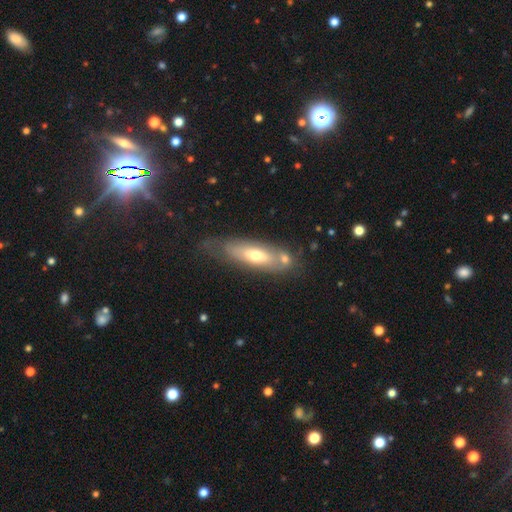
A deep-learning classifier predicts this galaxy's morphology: A smooth galaxy with no disk features (49%). Merging: none (56%).